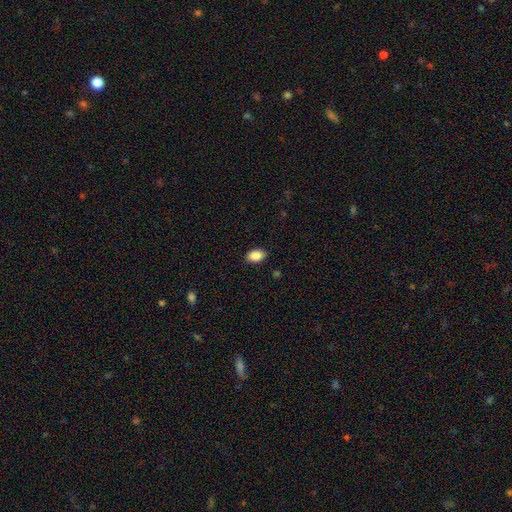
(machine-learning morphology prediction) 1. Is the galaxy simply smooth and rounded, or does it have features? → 88% smooth, 8% star or artifact, 4% featured or disk.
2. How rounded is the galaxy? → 87% in between, 11% round, 1% cigar-shaped.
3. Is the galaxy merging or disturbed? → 89% none, 8% minor disturbance, 2% major disturbance, 1% merger.